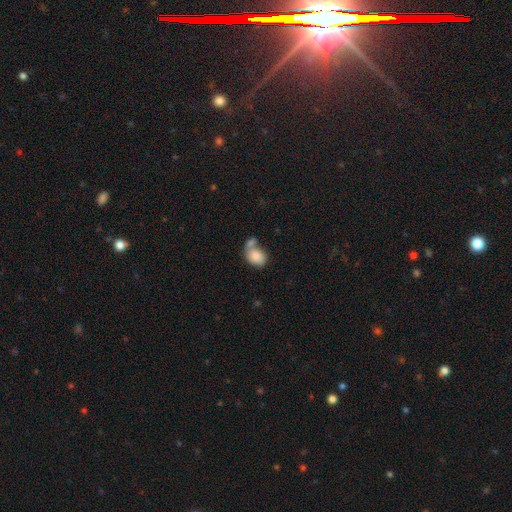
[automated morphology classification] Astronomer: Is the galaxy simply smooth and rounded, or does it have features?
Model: smooth — 82%.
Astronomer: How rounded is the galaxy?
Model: in between — 65%.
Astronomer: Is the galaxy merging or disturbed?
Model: merger — 46% (runner-up: none, 33%).